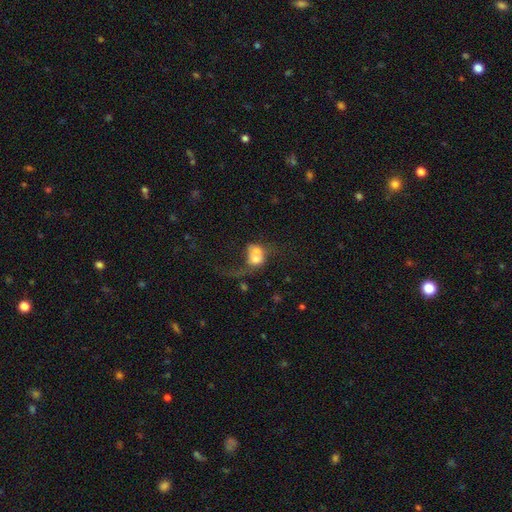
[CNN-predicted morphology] The model was most divided on "how rounded": round: 57%, in between: 41%, cigar-shaped: 2%. More confident: merging — merger (65%); smooth or featured — smooth (54%).